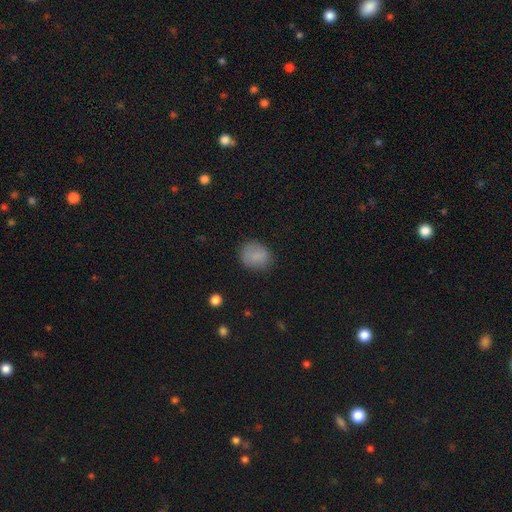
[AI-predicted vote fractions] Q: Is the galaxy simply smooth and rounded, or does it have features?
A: smooth — 83%.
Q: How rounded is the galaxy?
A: round — 66%.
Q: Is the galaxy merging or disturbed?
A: none — 81%.